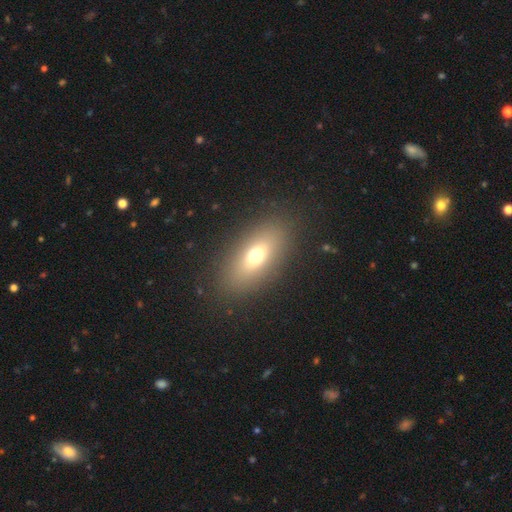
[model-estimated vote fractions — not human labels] The model was most divided on "smooth or featured": smooth: 66%, featured or disk: 22%, star or artifact: 12%. More confident: merging — none (87%); how rounded — in between (79%).